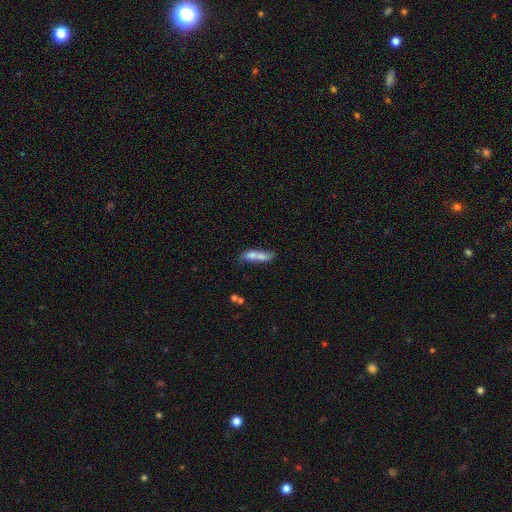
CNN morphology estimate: The model was most divided on "how rounded": cigar-shaped: 52%, in between: 43%, round: 5%. More confident: smooth or featured — smooth (66%); merging — merger (54%).